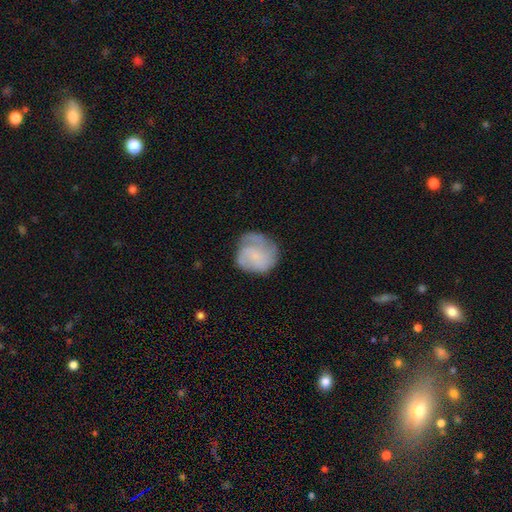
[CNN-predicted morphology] type=smooth (48%); merging=none (59%).